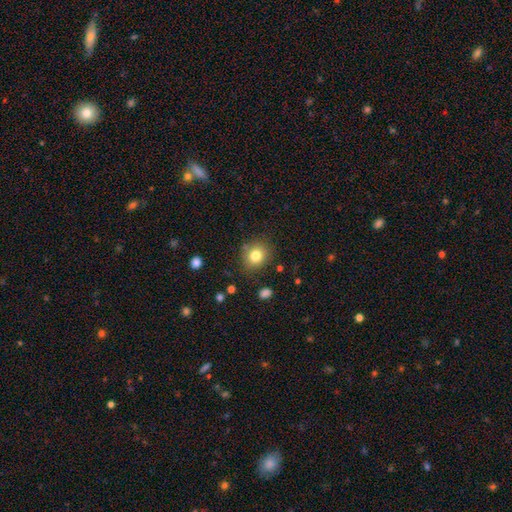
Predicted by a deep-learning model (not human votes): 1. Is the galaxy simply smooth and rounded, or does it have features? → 80% smooth, 11% star or artifact, 8% featured or disk.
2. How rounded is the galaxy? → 78% round, 21% in between, 1% cigar-shaped.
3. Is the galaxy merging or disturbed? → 84% none, 10% minor disturbance, 3% major disturbance, 2% merger.